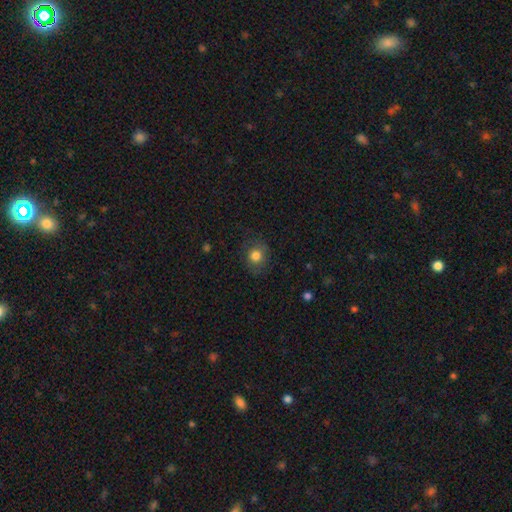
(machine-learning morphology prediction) smooth-or-featured: smooth: 81% | star or artifact: 11% | featured or disk: 8%
  how-rounded: round: 75% | in between: 24% | cigar-shaped: 1%
  merging: none: 81% | minor disturbance: 13% | major disturbance: 5% | merger: 1%